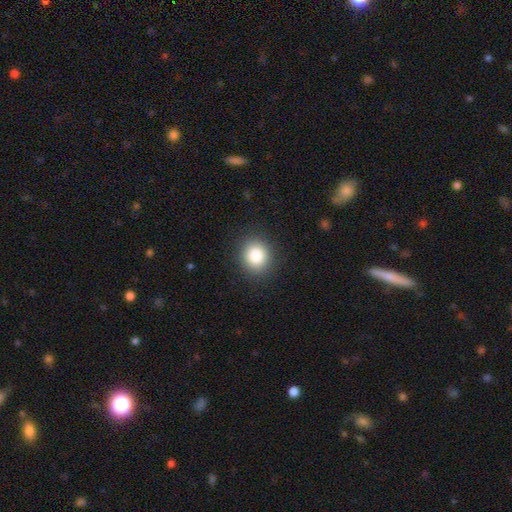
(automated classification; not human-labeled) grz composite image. It shows a smooth galaxy with no disk features (85%) that is round (78%). Merging: none (90%).